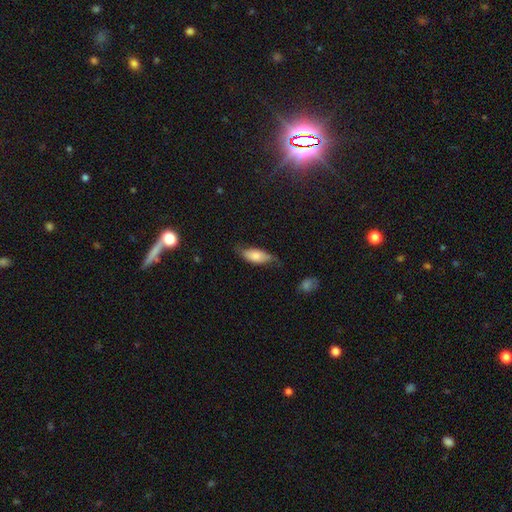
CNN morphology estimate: A smooth galaxy with no disk features (68%) that is in between round and cigar-shaped (82%).

Vote fractions:
- Smooth or featured? smooth: 68% / featured or disk: 25% / star or artifact: 7%
- How rounded? in between: 82% / cigar-shaped: 15% / round: 3%
- Merging? none: 53% / minor disturbance: 34% / major disturbance: 11% / merger: 2%